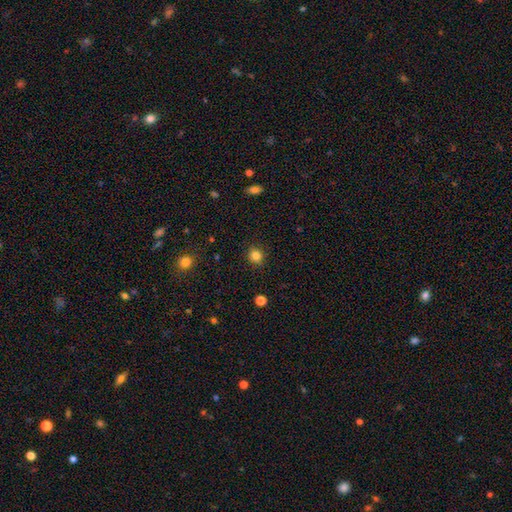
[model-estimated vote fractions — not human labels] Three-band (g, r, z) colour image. It shows a smooth galaxy with no disk features (83%) that is round (85%). Merging: none (90%).